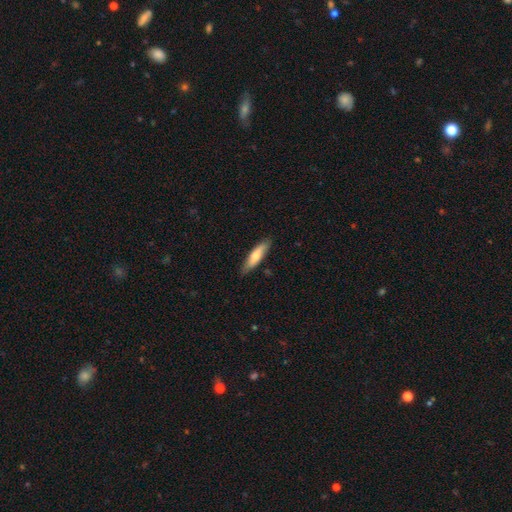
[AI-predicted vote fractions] This appears to be a smooth galaxy with no disk features (67%) that is cigar-shaped (70%). Merging: none (84%).